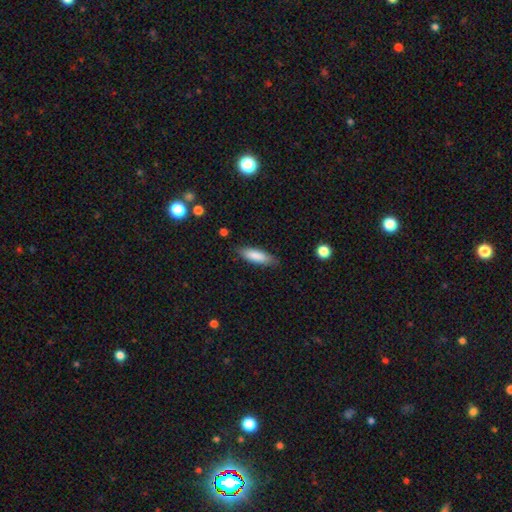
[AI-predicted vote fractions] smooth_or_featured: smooth (p=0.85) [alt: featured or disk p=0.09]
how_rounded: in between (p=0.53) [alt: cigar-shaped p=0.46]
merging: none (p=0.82) [alt: minor disturbance p=0.14]